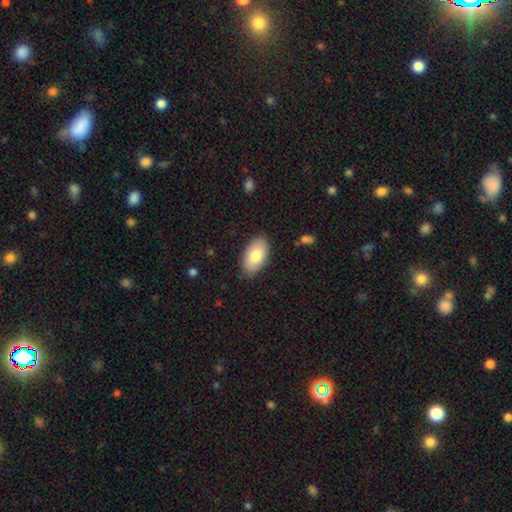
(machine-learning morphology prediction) smooth-or-featured: smooth: 80% | featured or disk: 14% | star or artifact: 6%
  how-rounded: in between: 95% | round: 4% | cigar-shaped: 2%
  merging: none: 85% | minor disturbance: 11% | major disturbance: 2% | merger: 1%